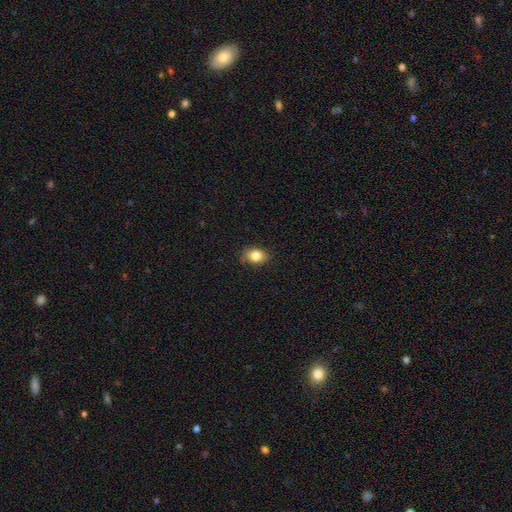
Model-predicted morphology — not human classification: A smooth galaxy with no disk features (83%) that is in between round and cigar-shaped (69%). Merging: none (84%).